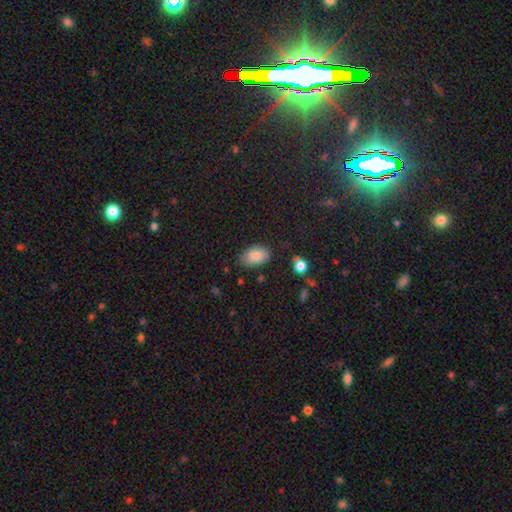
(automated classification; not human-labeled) Smooth or featured? smooth (84%)
How rounded? in between (90%)
Merging? none (77%)